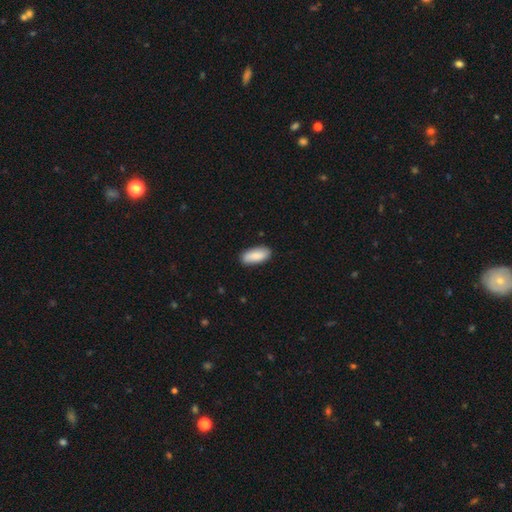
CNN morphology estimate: Smooth or featured?
  - smooth: 87% *
  - featured or disk: 8%
  - star or artifact: 5%
How rounded?
  - in between: 85% *
  - cigar-shaped: 13%
  - round: 2%
Merging?
  - none: 87% *
  - minor disturbance: 10%
  - major disturbance: 2%
  - merger: 1%